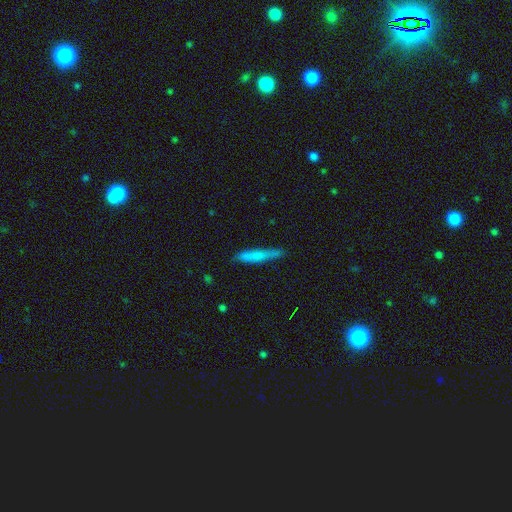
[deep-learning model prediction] smooth_or_featured: smooth (p=0.72) [alt: featured or disk p=0.22]
how_rounded: cigar-shaped (p=0.92) [alt: in between p=0.06]
merging: none (p=0.74) [alt: minor disturbance p=0.19]